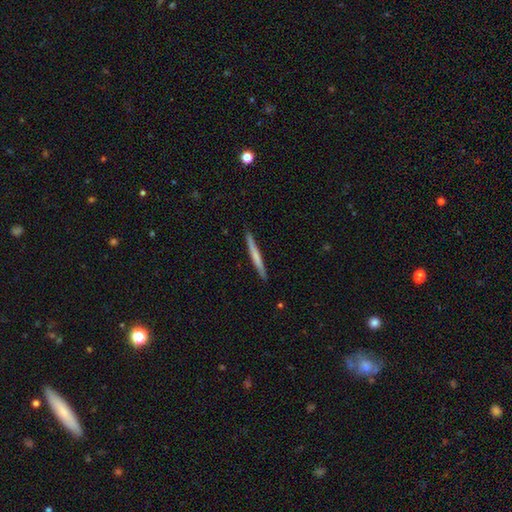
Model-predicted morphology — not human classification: Smooth or featured? Predicted: smooth (p=0.53). How rounded? Predicted: cigar-shaped (p=0.97). Merging? Predicted: none (p=0.92).